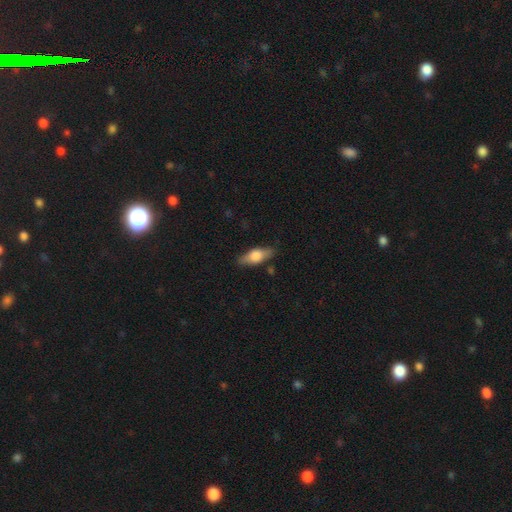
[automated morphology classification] A smooth galaxy with no disk features (62%) that is in between round and cigar-shaped (70%).

Vote fractions:
- Smooth or featured? smooth: 62% / featured or disk: 31% / star or artifact: 6%
- How rounded? in between: 70% / cigar-shaped: 27% / round: 4%
- Merging? none: 83% / minor disturbance: 13% / major disturbance: 3% / merger: 2%